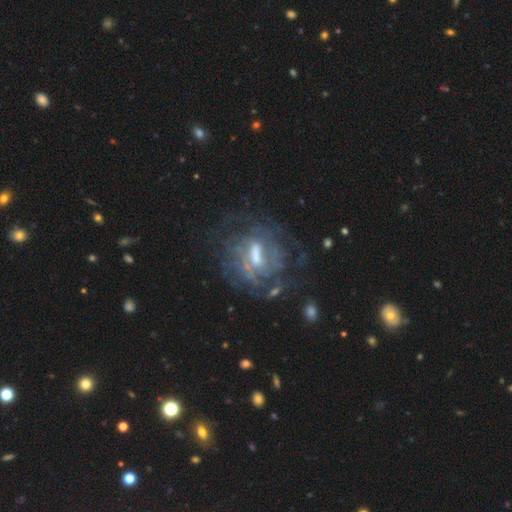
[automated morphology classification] A featured or disk galaxy (79%) with a weak bar (47%), tight (53%) spiral arms (76%) and a moderate central bulge (49%).

Vote fractions:
- Smooth or featured? featured or disk: 79% / smooth: 12% / star or artifact: 9%
- Edge-on disk? no: 94% / yes: 6%
- Bar? weak: 47% / strong: 33% / no: 20%
- Spiral arms? yes: 76% / no: 24%
- Spiral winding? tight: 53% / medium: 32% / loose: 15%
- Spiral arm count? can't tell: 56% / 2: 15% / 3: 10% / 4: 9% / more than 4: 6% / 1: 5%
- Bulge size? moderate: 49% / small: 24% / large: 14% / none: 11% / dominant: 2%
- Merging? none: 57% / major disturbance: 22% / minor disturbance: 18% / merger: 4%